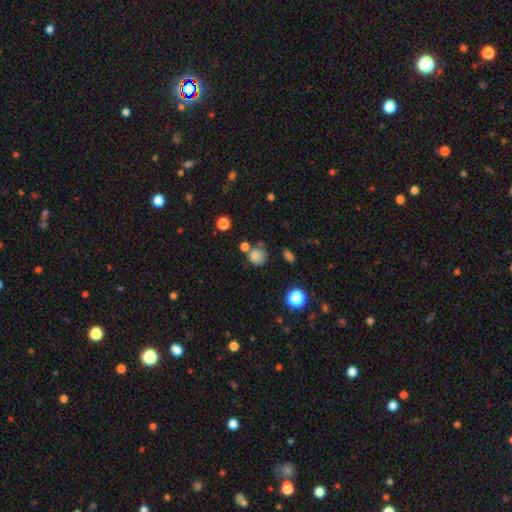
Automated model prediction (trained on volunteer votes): Smooth or featured? smooth (80%)
How rounded? round (87%)
Merging? none (63%)